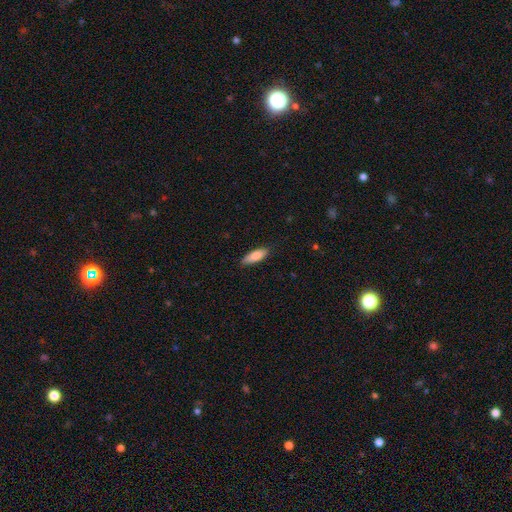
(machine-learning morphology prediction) Q: Smooth or featured?
A: smooth (78%); runner-up: featured or disk (16%)
Q: How rounded?
A: in between (58%); runner-up: cigar-shaped (40%)
Q: Merging?
A: none (86%); runner-up: minor disturbance (11%)